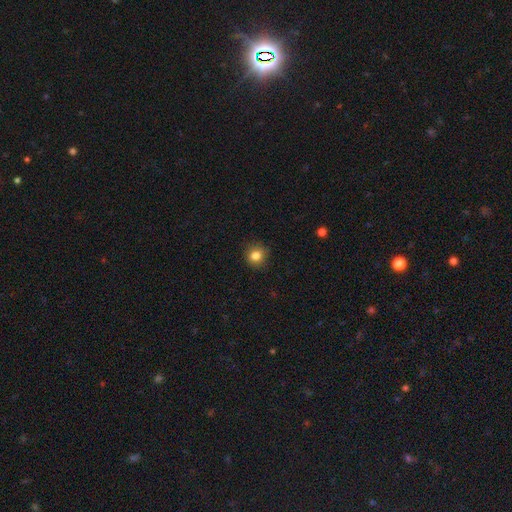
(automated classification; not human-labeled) smooth-or-featured: smooth: 83% | star or artifact: 12% | featured or disk: 6%
  how-rounded: round: 87% | in between: 12% | cigar-shaped: 1%
  merging: none: 88% | minor disturbance: 9% | major disturbance: 2% | merger: 1%